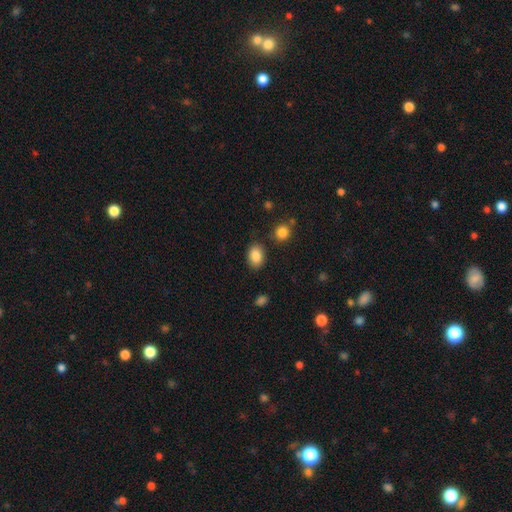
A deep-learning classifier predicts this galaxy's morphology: Smooth or featured? Predicted: smooth (p=0.87). How rounded? Predicted: in between (p=0.78). Merging? Predicted: none (p=0.83).